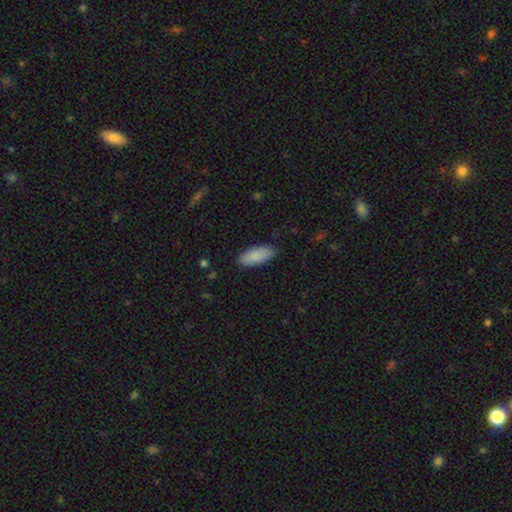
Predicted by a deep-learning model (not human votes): Morphology: type=smooth (88%); roundness=in between (82%); merging=none (85%).